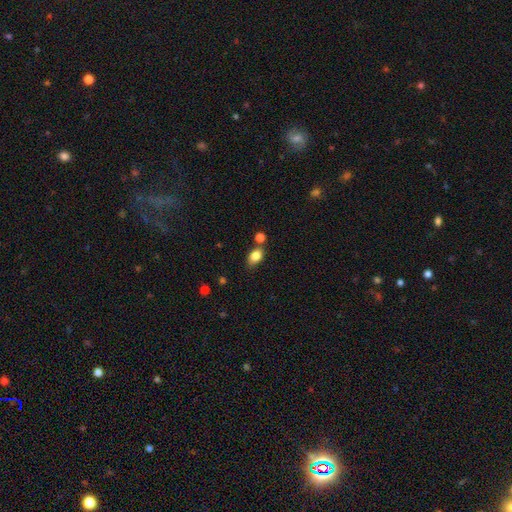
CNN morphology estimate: smooth_or_featured: smooth (p=0.83) [alt: star or artifact p=0.09]
how_rounded: in between (p=0.79) [alt: round p=0.19]
merging: none (p=0.67) [alt: minor disturbance p=0.16]